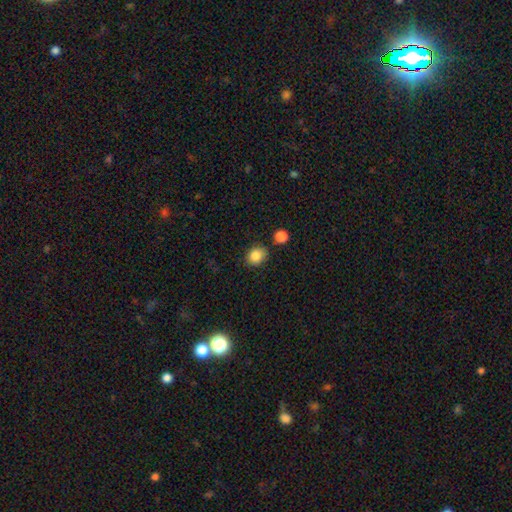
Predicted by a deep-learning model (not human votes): This is clearly a smooth galaxy (86%). How rounded: likely round (63%). Merging: likely none (79%).